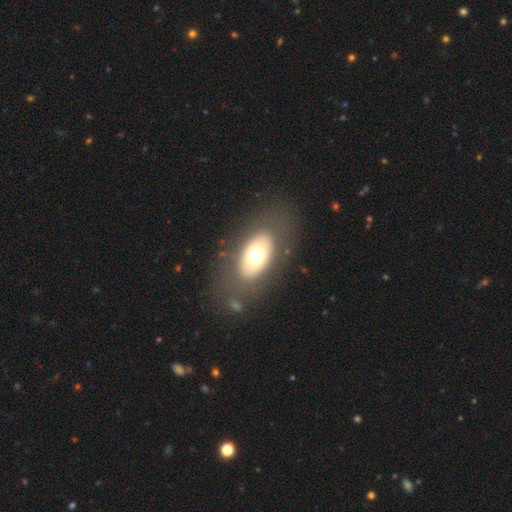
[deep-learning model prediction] smooth_or_featured: smooth (p=0.60) [alt: featured or disk p=0.32]
how_rounded: in between (p=0.89) [alt: round p=0.08]
merging: none (p=0.78) [alt: minor disturbance p=0.12]